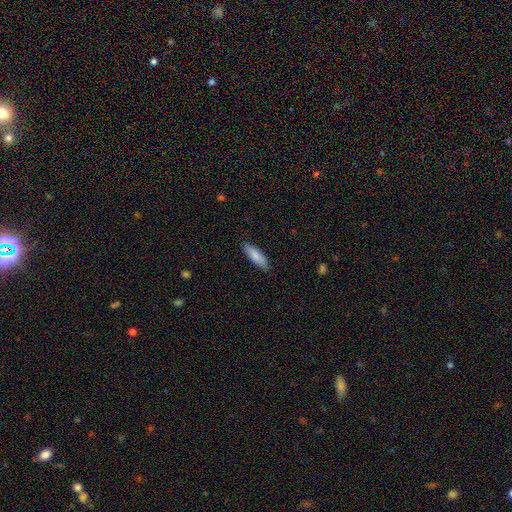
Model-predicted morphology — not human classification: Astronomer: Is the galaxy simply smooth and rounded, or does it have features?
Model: smooth — 84%.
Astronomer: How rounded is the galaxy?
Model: cigar-shaped — 52% (runner-up: in between, 46%).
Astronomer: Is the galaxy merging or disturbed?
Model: none — 87%.